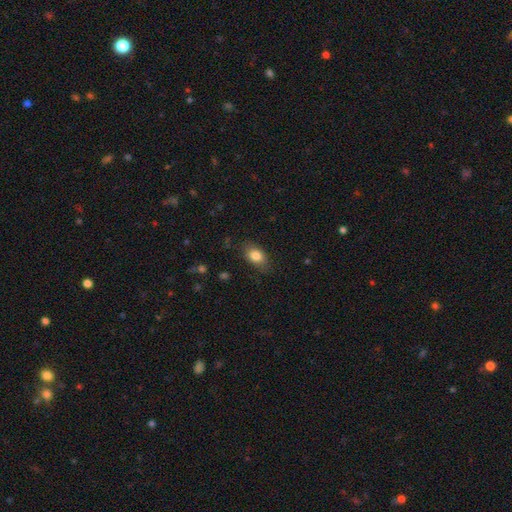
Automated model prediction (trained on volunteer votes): A smooth galaxy with no disk features (83%) that is in between round and cigar-shaped (85%).

Vote fractions:
- Smooth or featured? smooth: 83% / featured or disk: 10% / star or artifact: 8%
- How rounded? in between: 85% / round: 13% / cigar-shaped: 2%
- Merging? none: 79% / minor disturbance: 16% / major disturbance: 4% / merger: 1%